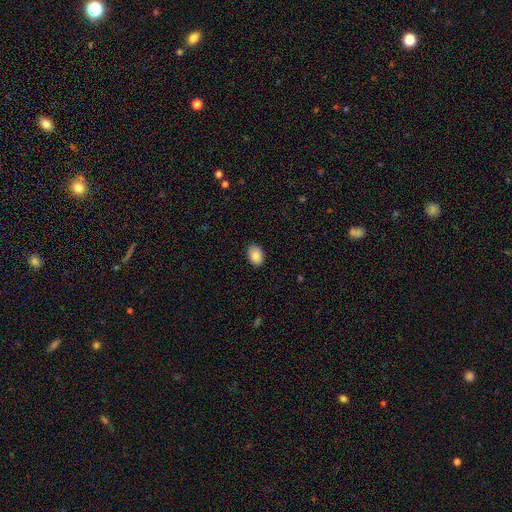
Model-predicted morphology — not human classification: Q: Smooth or featured?
A: smooth (87%); runner-up: star or artifact (7%)
Q: How rounded?
A: in between (85%); runner-up: round (14%)
Q: Merging?
A: none (86%); runner-up: minor disturbance (11%)